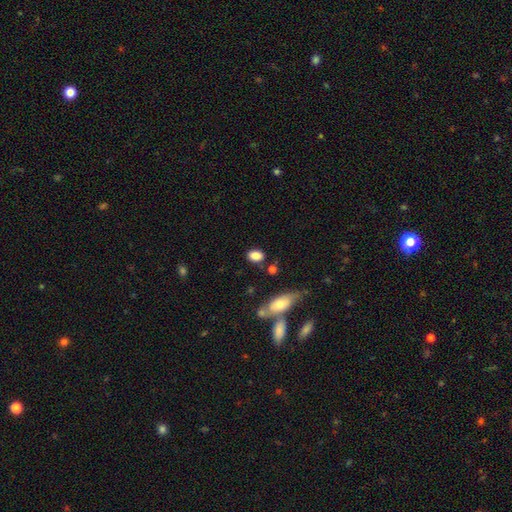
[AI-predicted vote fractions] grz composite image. It shows a smooth galaxy with no disk features (85%) that is in between round and cigar-shaped (80%). Merging: none (75%).